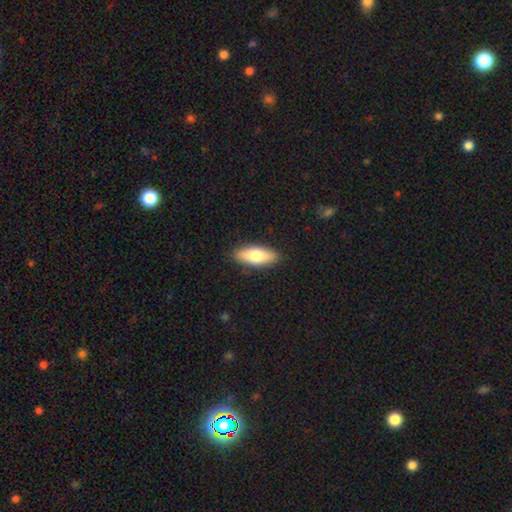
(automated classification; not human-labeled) smooth 74%, featured or disk 20%, star or artifact 6%. Down the decision tree: how rounded — in between (74%); merging — none (88%).